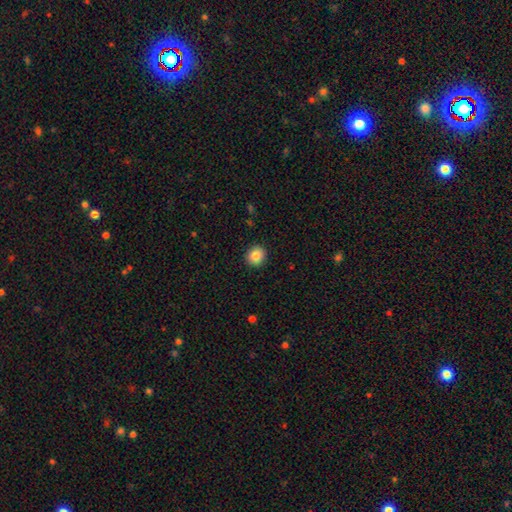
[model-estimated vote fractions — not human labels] Overall: smooth (86%). How rounded: round (86%). Merging: none (92%).